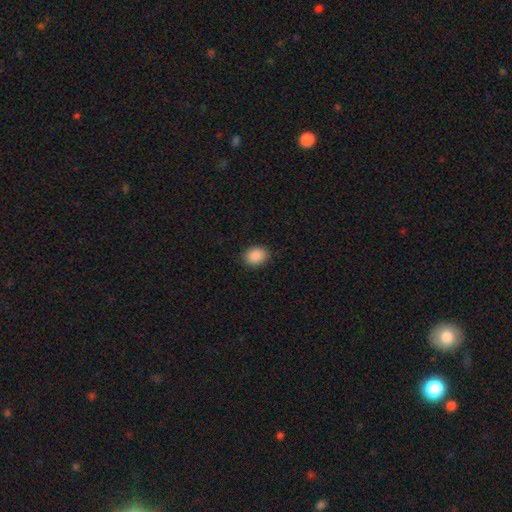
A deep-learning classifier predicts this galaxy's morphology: Smooth or featured? Predicted: smooth (p=0.90). How rounded? Predicted: in between (p=0.57). Merging? Predicted: none (p=0.89).